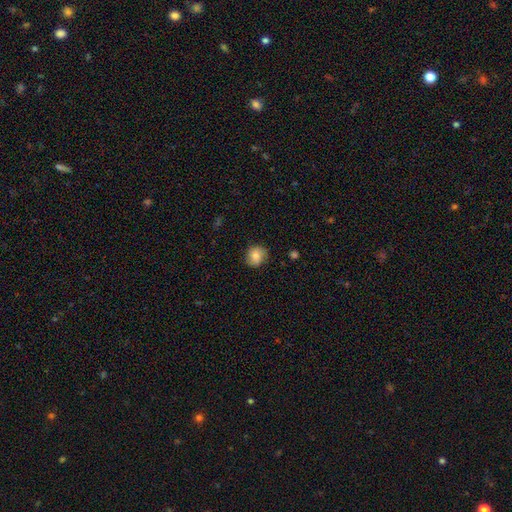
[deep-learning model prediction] This is likely a smooth galaxy (80%). How rounded: likely round (79%). Merging: clearly none (83%).